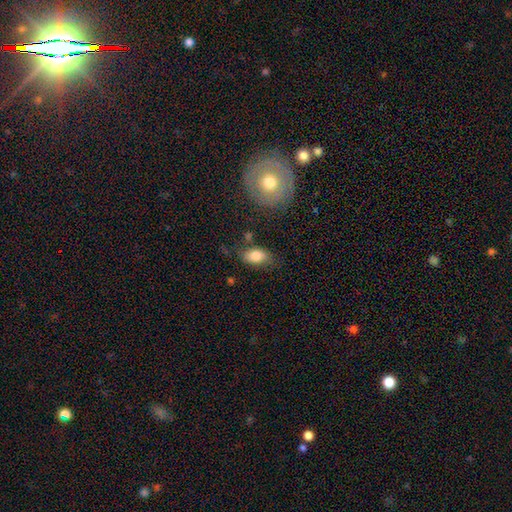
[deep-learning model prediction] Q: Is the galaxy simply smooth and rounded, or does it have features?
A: smooth — 82%.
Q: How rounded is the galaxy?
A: in between — 89%.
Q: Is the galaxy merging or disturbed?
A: none — 74%.